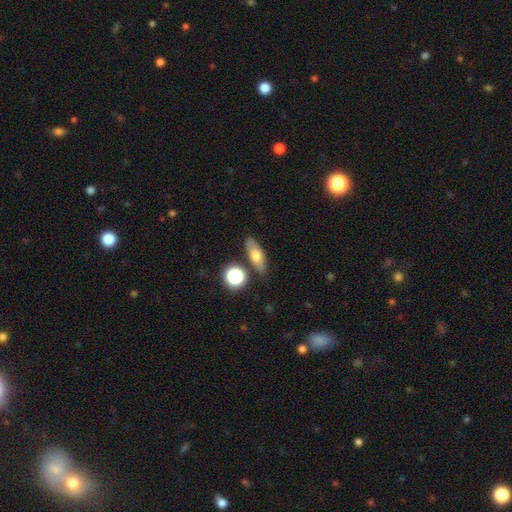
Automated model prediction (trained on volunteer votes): Overall: smooth (66%). How rounded: in between (60%; cigar-shaped 29%). Merging: none (79%).